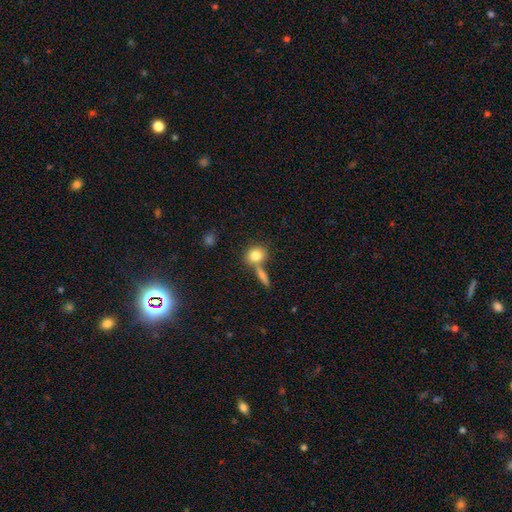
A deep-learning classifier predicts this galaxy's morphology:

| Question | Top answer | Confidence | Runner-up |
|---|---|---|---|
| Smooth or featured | smooth | 82% | featured or disk (10%) |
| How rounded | round | 57% | in between (40%) |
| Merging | none | 55% | merger (31%) |